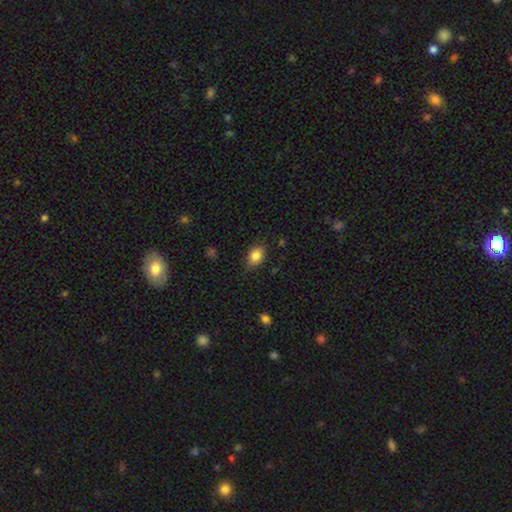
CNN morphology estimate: Q: Smooth or featured?
A: smooth (86%); runner-up: star or artifact (9%)
Q: How rounded?
A: in between (73%); runner-up: round (26%)
Q: Merging?
A: none (79%); runner-up: minor disturbance (16%)